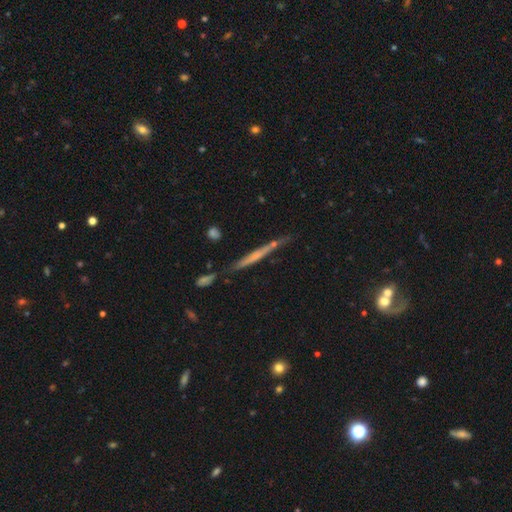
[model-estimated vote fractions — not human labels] featured or disk 56%, smooth 36%, star or artifact 8%. Down the decision tree: edge-on disk — yes (94%); edge-on bulge — none (69%); merging — none (70%).